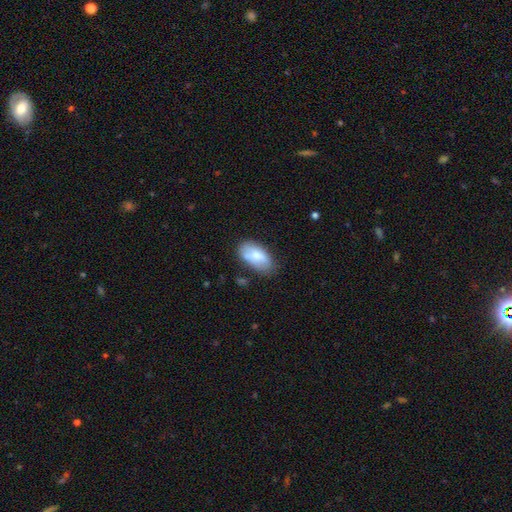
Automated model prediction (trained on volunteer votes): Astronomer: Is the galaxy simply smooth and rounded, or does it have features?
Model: smooth — 74%.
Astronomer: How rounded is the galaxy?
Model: in between — 93%.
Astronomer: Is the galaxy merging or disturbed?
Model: none — 60%.